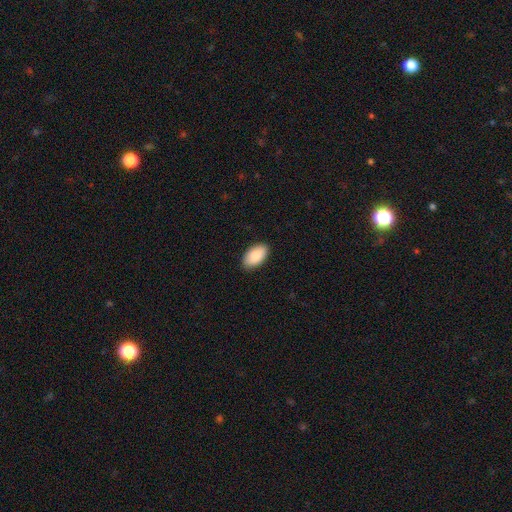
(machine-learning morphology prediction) This is clearly a smooth galaxy (89%). How rounded: clearly in between (95%). Merging: clearly none (89%).